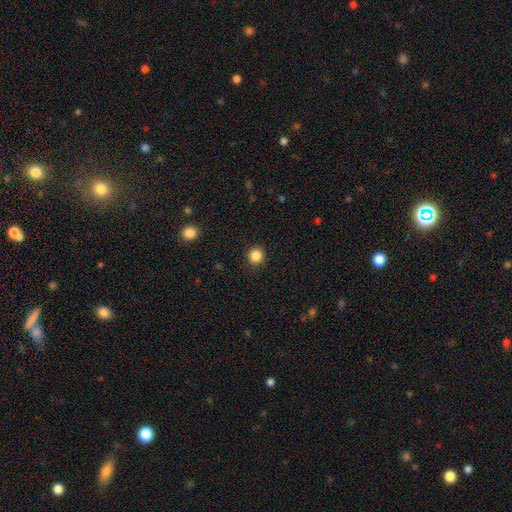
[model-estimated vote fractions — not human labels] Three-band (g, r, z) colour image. It shows a smooth galaxy with no disk features (86%) that is round (91%). Merging: none (91%).